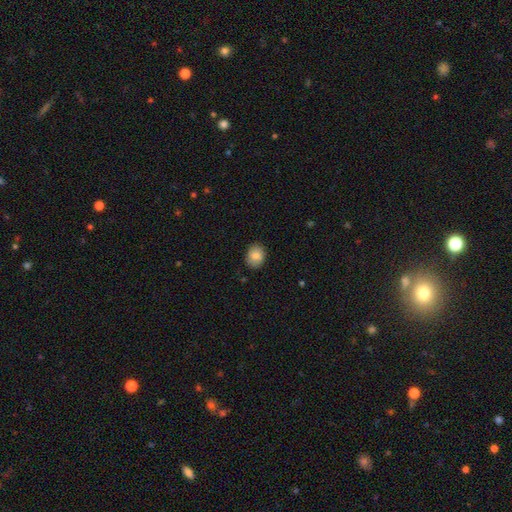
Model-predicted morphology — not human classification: Smooth or featured? Predicted: smooth (p=0.83). How rounded? Predicted: in between (p=0.56). Merging? Predicted: none (p=0.84).